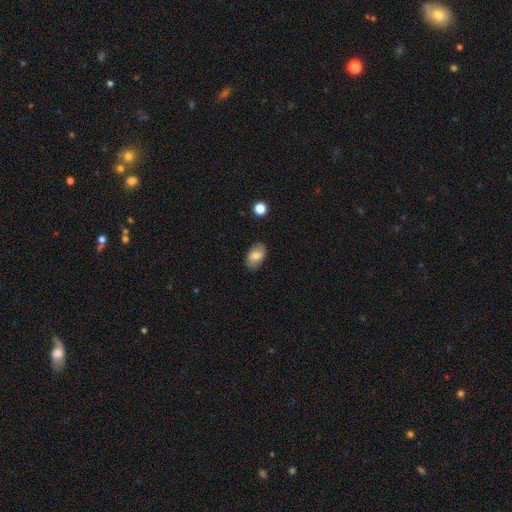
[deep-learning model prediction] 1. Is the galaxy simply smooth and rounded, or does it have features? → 72% smooth, 20% featured or disk, 8% star or artifact.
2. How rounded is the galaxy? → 91% in between, 8% round, 1% cigar-shaped.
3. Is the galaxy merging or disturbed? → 81% none, 15% minor disturbance, 3% major disturbance, 1% merger.